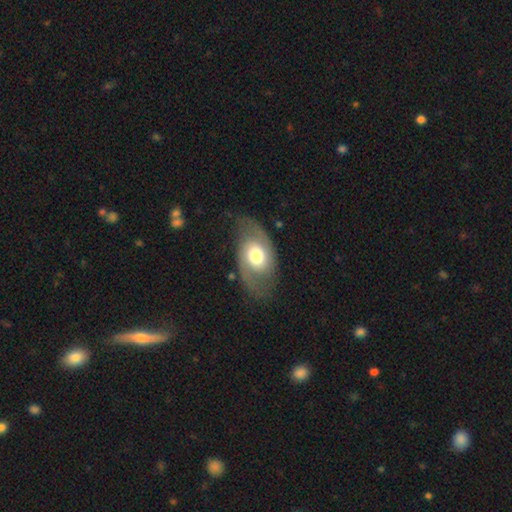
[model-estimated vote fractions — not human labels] Q: Smooth or featured?
A: featured or disk (65%); runner-up: smooth (29%)
Q: Edge-on disk?
A: no (93%); runner-up: yes (7%)
Q: Bar?
A: no (74%); runner-up: weak (20%)
Q: Spiral arms?
A: yes (78%); runner-up: no (22%)
Q: Bulge size?
A: moderate (56%); runner-up: large (34%)
Q: Merging?
A: none (73%); runner-up: minor disturbance (17%)